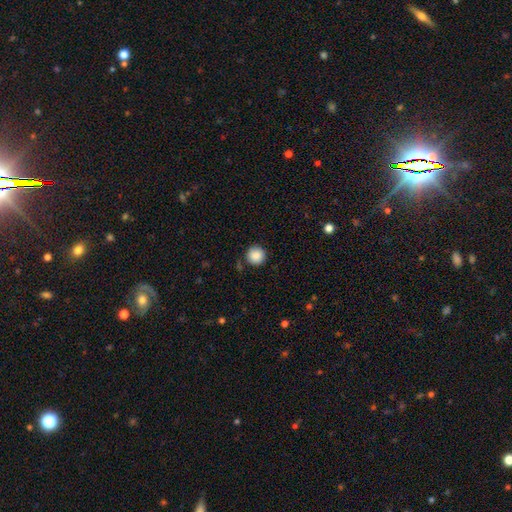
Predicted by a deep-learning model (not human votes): Morphology: type=smooth (88%); roundness=round (95%); merging=none (86%).